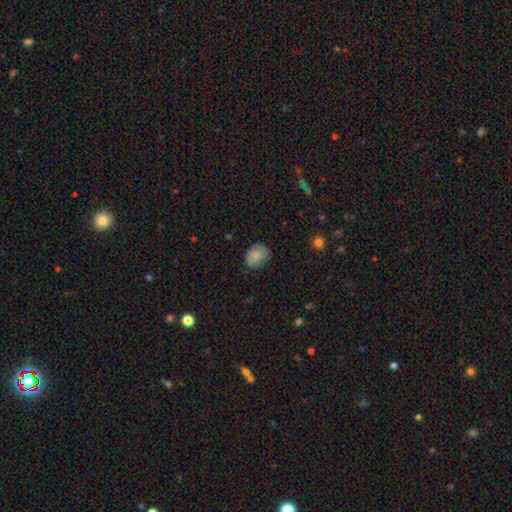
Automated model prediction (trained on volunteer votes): A smooth galaxy with no disk features (77%) that is round (62%). Merging: none (73%).